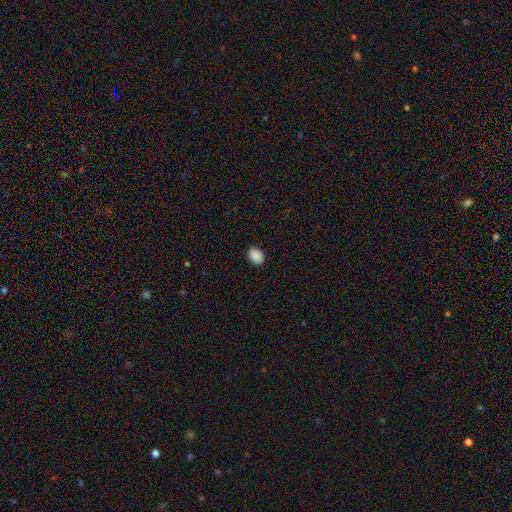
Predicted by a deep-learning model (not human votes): Smooth or featured? smooth (89%)
How rounded? in between (72%)
Merging? none (87%)